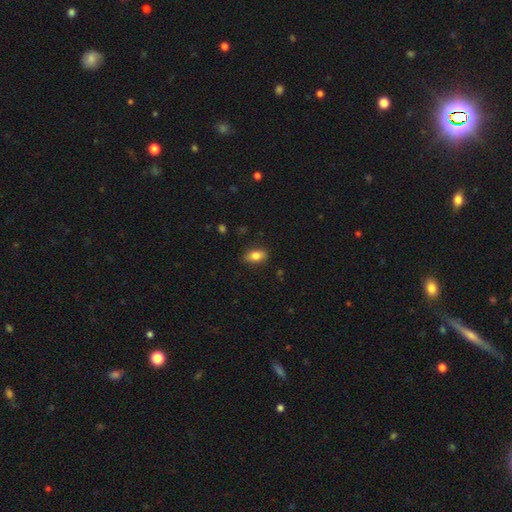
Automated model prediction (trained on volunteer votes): This is clearly a smooth galaxy (83%). How rounded: clearly in between (88%). Merging: clearly none (86%).